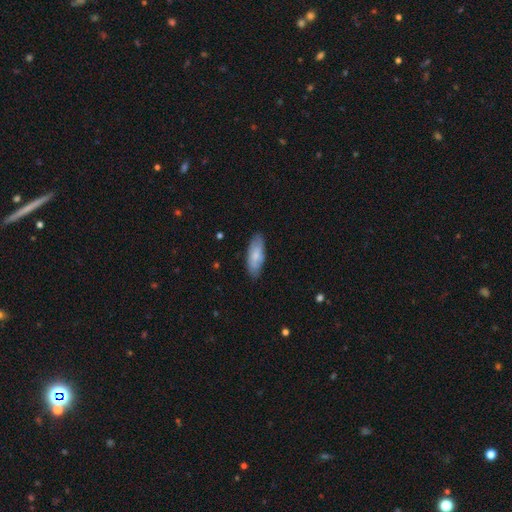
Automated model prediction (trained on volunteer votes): A smooth galaxy with no disk features (73%) that is in between round and cigar-shaped (74%).

Vote fractions:
- Smooth or featured? smooth: 73% / featured or disk: 22% / star or artifact: 6%
- How rounded? in between: 74% / cigar-shaped: 24% / round: 2%
- Merging? none: 80% / minor disturbance: 16% / major disturbance: 3% / merger: 1%